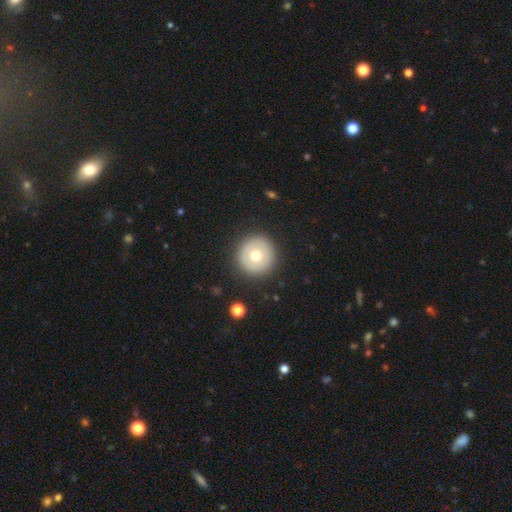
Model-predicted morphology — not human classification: The model was most divided on "smooth or featured": smooth: 61%, featured or disk: 31%, star or artifact: 8%. More confident: how rounded — round (96%); merging — none (90%).